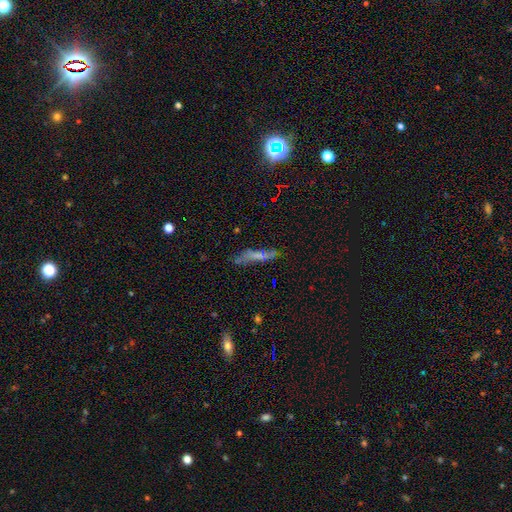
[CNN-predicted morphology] Smooth or featured: smooth — 42% (featured or disk — 38%)
Merging: none — 60% (minor disturbance — 23%)